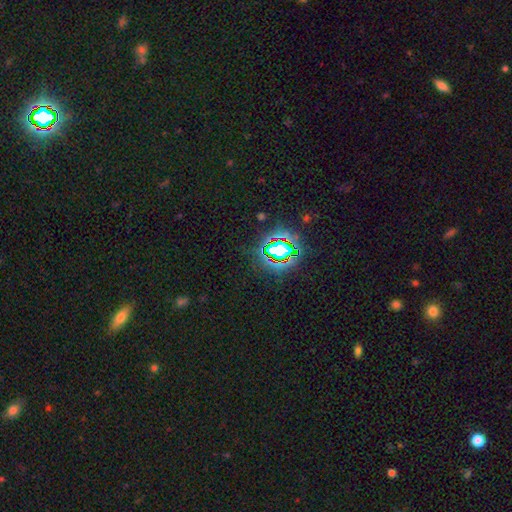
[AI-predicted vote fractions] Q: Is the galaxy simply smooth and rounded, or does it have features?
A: star or artifact — 78%.